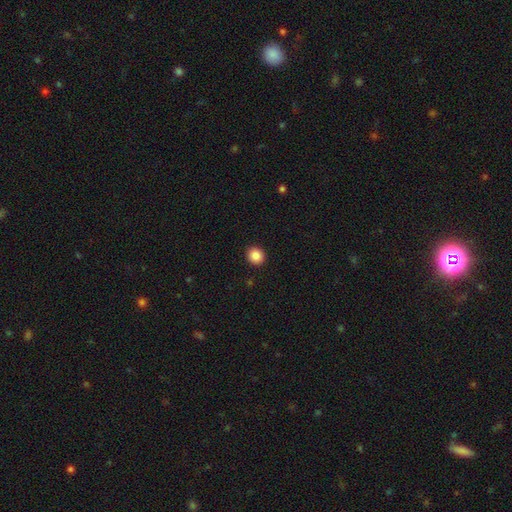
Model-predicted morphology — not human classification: This is clearly a smooth galaxy (87%). How rounded: clearly round (84%). Merging: clearly none (93%).